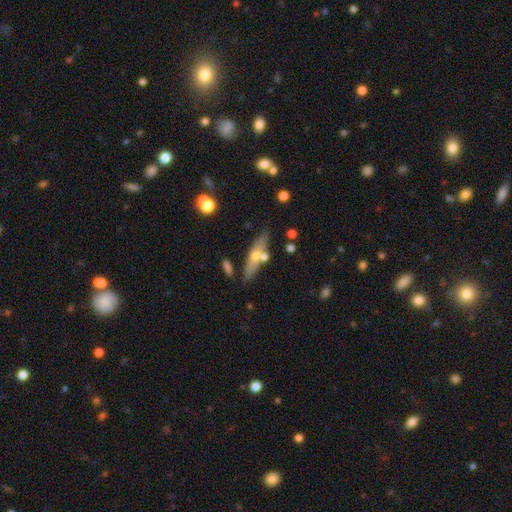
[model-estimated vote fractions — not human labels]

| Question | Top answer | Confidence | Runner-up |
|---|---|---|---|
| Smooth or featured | smooth | 49% | featured or disk (44%) |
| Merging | none | 72% | minor disturbance (13%) |